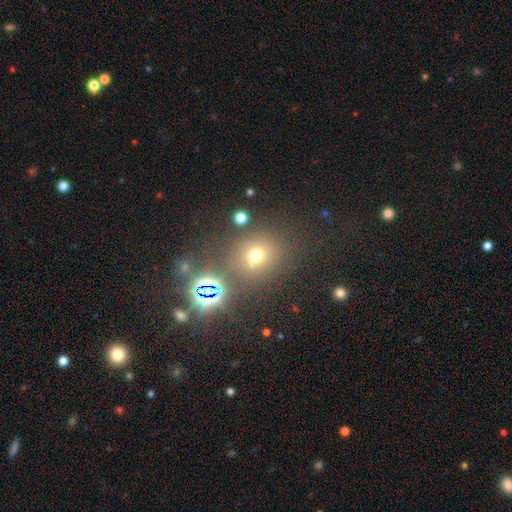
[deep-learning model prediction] Morphology: type=smooth (63%); roundness=round (82%); merging=none (71%).